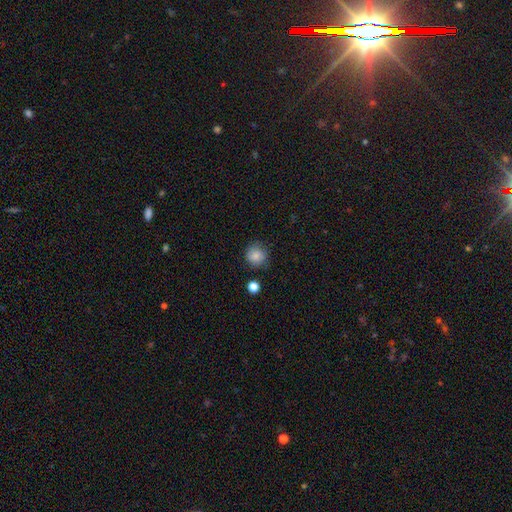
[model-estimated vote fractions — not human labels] Smooth or featured? smooth (83%)
How rounded? round (91%)
Merging? none (81%)